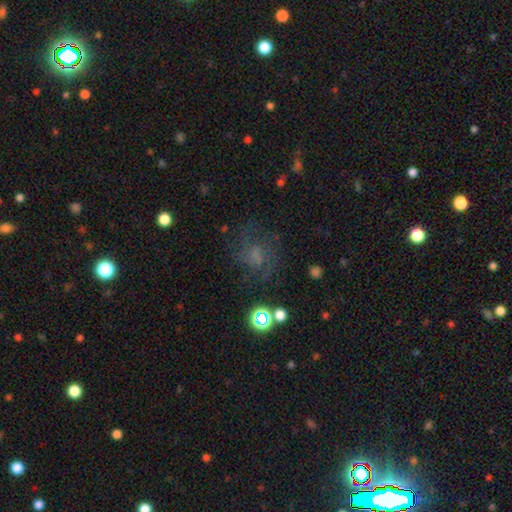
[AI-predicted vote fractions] Morphology: type=smooth (38%); merging=none (61%).